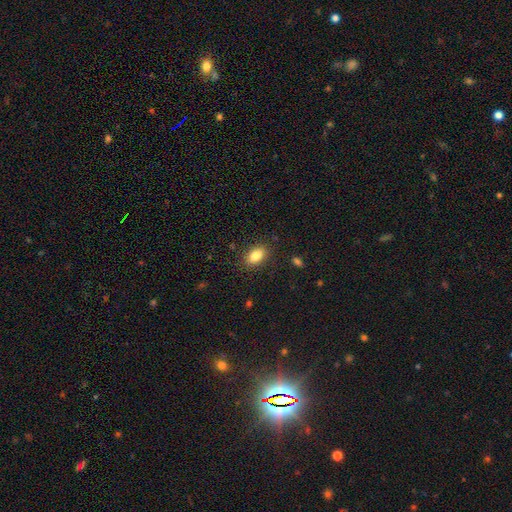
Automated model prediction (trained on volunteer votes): A smooth galaxy with no disk features (84%) that is in between round and cigar-shaped (87%).

Vote fractions:
- Smooth or featured? smooth: 84% / star or artifact: 9% / featured or disk: 7%
- How rounded? in between: 87% / round: 11% / cigar-shaped: 3%
- Merging? none: 86% / minor disturbance: 10% / major disturbance: 3% / merger: 1%